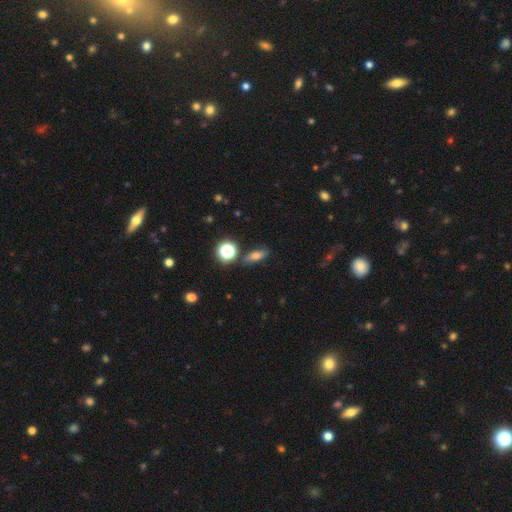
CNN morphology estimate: type=smooth (66%); roundness=in between (58%); merging=none (82%).